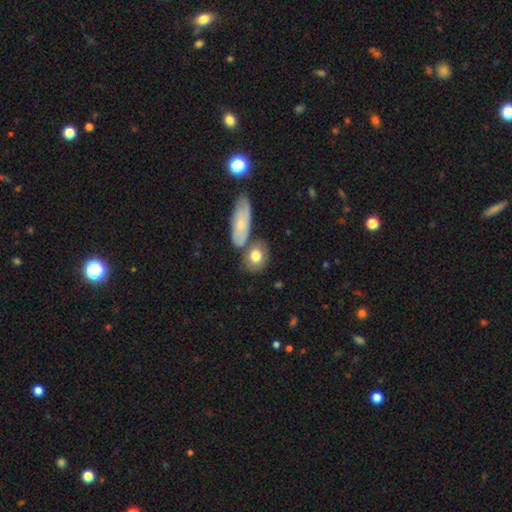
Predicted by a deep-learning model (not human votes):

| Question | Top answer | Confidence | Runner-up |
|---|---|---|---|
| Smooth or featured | smooth | 74% | featured or disk (19%) |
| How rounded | in between | 54% | round (41%) |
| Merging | none | 58% | merger (22%) |